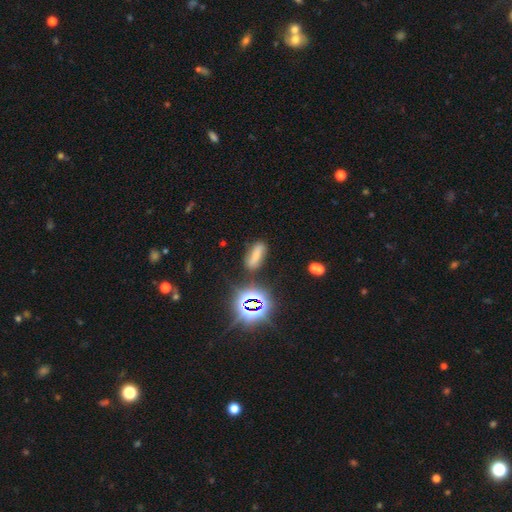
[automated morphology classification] Q: Smooth or featured?
A: smooth (59%); runner-up: star or artifact (25%)
Q: How rounded?
A: in between (61%); runner-up: cigar-shaped (32%)
Q: Merging?
A: none (73%); runner-up: minor disturbance (15%)